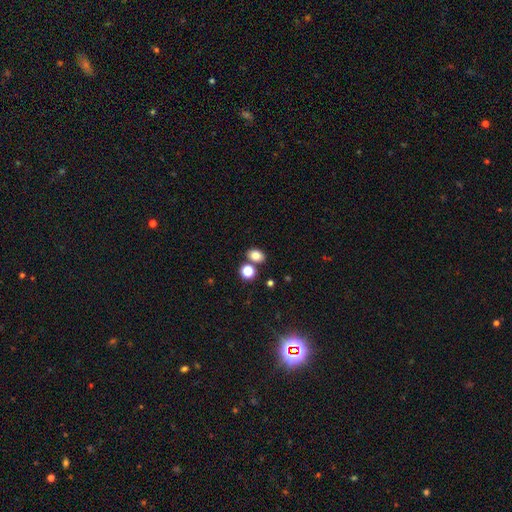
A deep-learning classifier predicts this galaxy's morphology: This is clearly a smooth galaxy (82%). How rounded: likely in between (65%). Merging: likely none (71%).